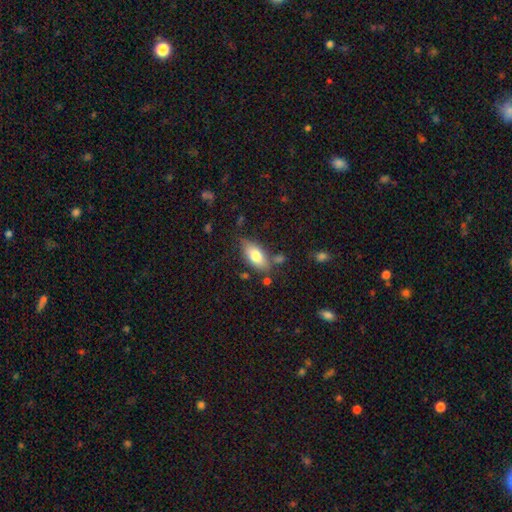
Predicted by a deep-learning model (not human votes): The model was most divided on "merging": none: 72%, minor disturbance: 17%, merger: 6%, major disturbance: 4%. More confident: how rounded — in between (89%); smooth or featured — smooth (77%).